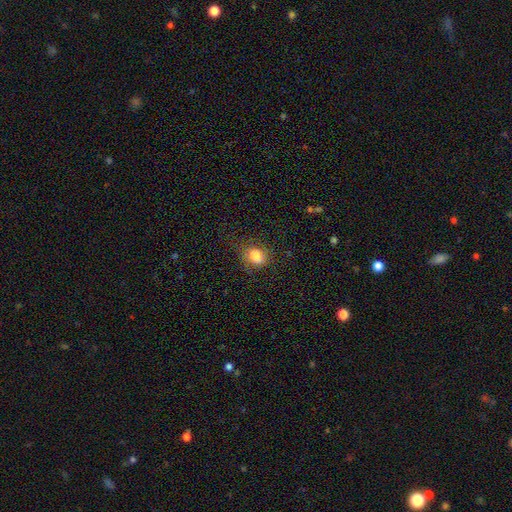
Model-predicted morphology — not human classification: A smooth galaxy with no disk features (80%) that is in between round and cigar-shaped (56%).

Vote fractions:
- Smooth or featured? smooth: 80% / star or artifact: 10% / featured or disk: 9%
- How rounded? in between: 56% / round: 43% / cigar-shaped: 1%
- Merging? none: 66% / minor disturbance: 21% / major disturbance: 11% / merger: 1%